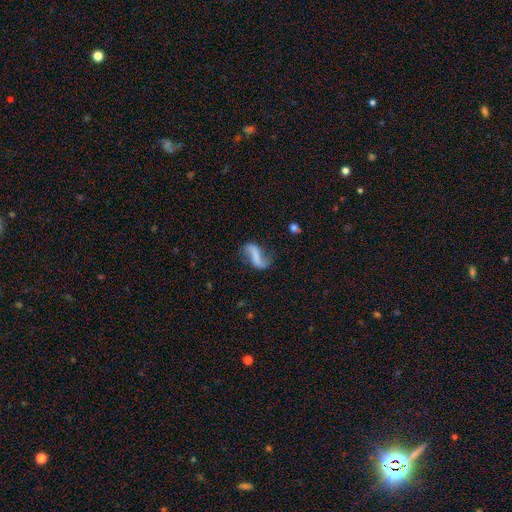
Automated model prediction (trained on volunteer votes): Smooth or featured: featured or disk — 64% (smooth — 27%)
Edge-on disk: no — 94% (yes — 6%)
Bar: strong — 43% (no — 30%)
Spiral arms: yes — 87% (no — 13%)
Spiral winding: loose — 85% (medium — 11%)
Spiral arm count: 2 — 88% (1 — 7%)
Bulge size: none — 67% (small — 16%)
Merging: none — 61% (minor disturbance — 21%)